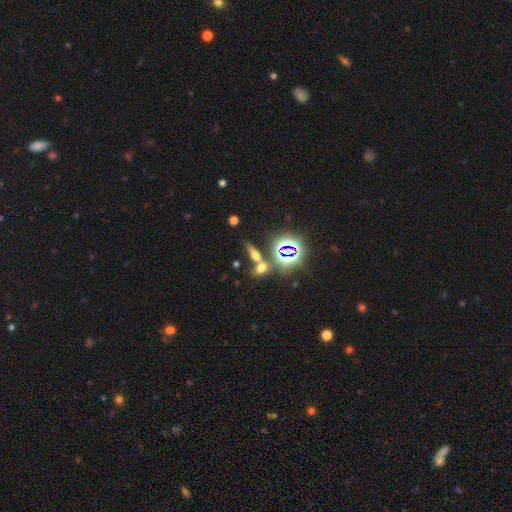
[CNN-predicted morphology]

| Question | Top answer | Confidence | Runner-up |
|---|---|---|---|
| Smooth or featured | smooth | 42% | star or artifact (34%) |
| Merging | none | 59% | merger (28%) |